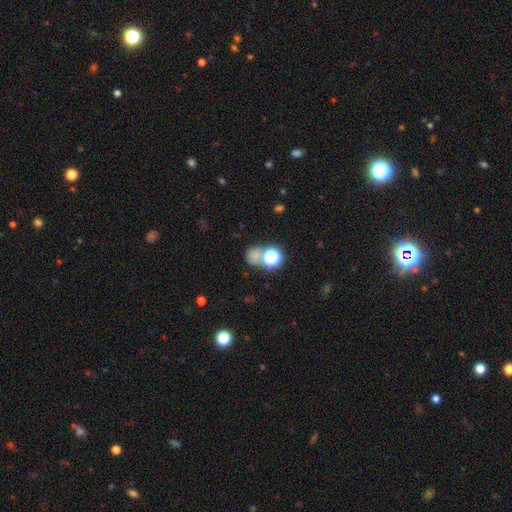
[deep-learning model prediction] Overall: smooth (60%; star or artifact 31%). How rounded: round (76%). Merging: none (51%; merger 29%).